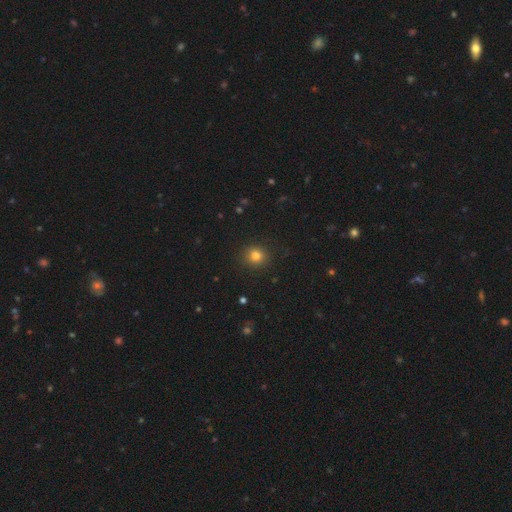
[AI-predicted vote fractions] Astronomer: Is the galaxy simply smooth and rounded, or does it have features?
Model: smooth — 80%.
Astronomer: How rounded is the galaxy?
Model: round — 88%.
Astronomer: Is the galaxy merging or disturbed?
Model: none — 90%.